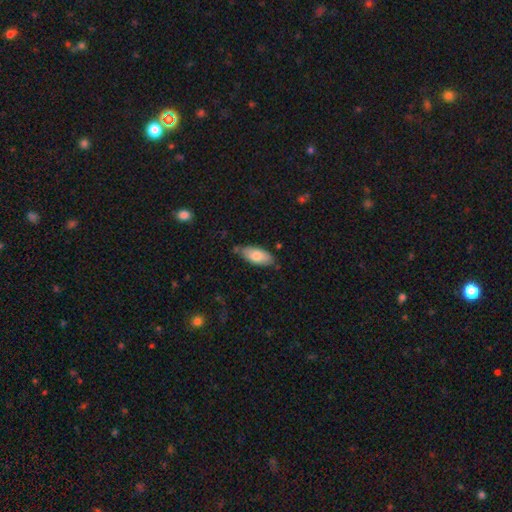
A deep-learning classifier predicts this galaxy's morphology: This is likely a smooth galaxy (77%). How rounded: clearly in between (87%). Merging: likely none (72%).